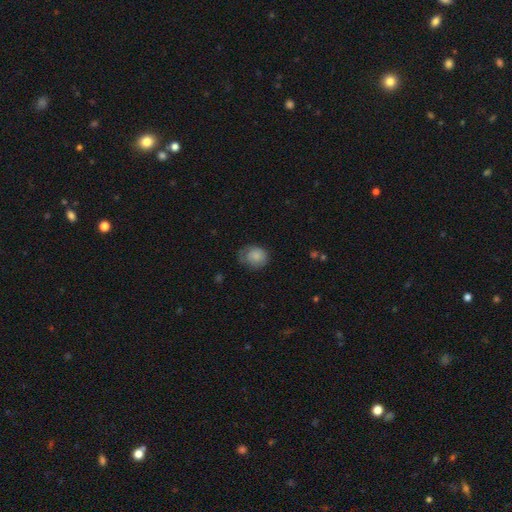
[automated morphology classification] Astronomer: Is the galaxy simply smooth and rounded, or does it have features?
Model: smooth — 82%.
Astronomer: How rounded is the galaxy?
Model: round — 62%.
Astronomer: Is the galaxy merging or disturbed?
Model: none — 57%.